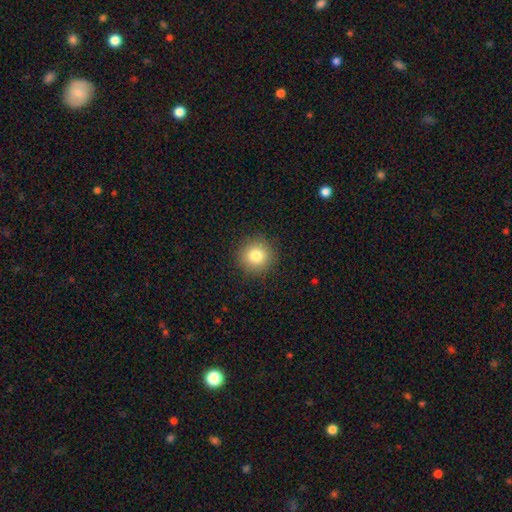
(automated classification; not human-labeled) Smooth or featured? smooth (81%)
How rounded? round (94%)
Merging? none (91%)